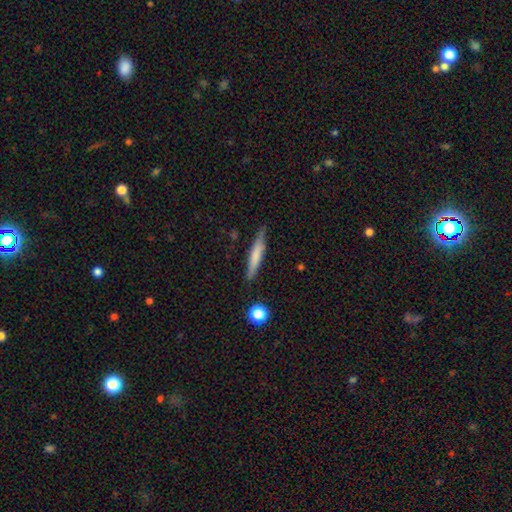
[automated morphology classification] Overall: smooth (63%; featured or disk 30%). How rounded: cigar-shaped (92%). Merging: none (82%).